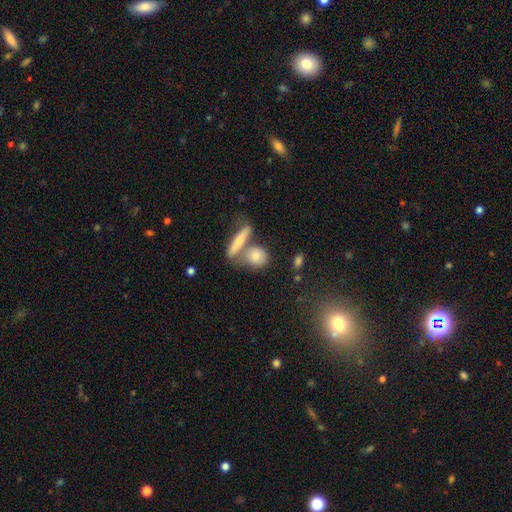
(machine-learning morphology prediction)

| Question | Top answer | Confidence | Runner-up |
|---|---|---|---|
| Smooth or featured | smooth | 73% | featured or disk (19%) |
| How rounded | round | 46% | in between (39%) |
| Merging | none | 49% | merger (35%) |